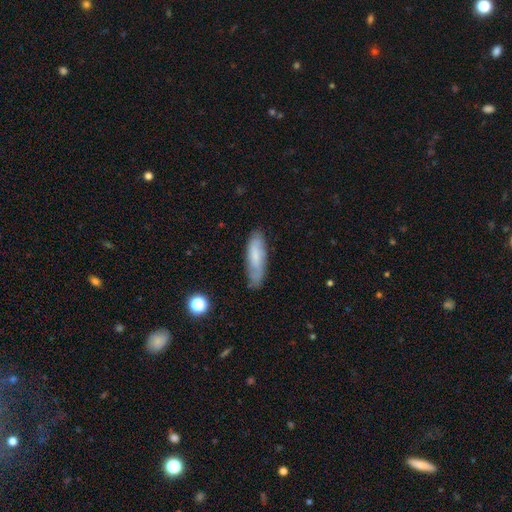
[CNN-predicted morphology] A smooth galaxy with no disk features (67%) that is cigar-shaped (54%).

Vote fractions:
- Smooth or featured? smooth: 67% / featured or disk: 25% / star or artifact: 7%
- How rounded? cigar-shaped: 54% / in between: 44% / round: 2%
- Merging? none: 73% / minor disturbance: 20% / major disturbance: 5% / merger: 2%